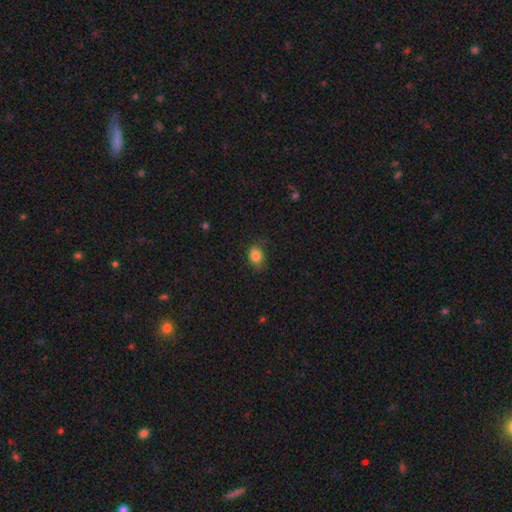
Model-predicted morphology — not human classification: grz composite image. It shows a smooth galaxy with no disk features (84%) that is in between round and cigar-shaped (53%). Merging: none (78%).